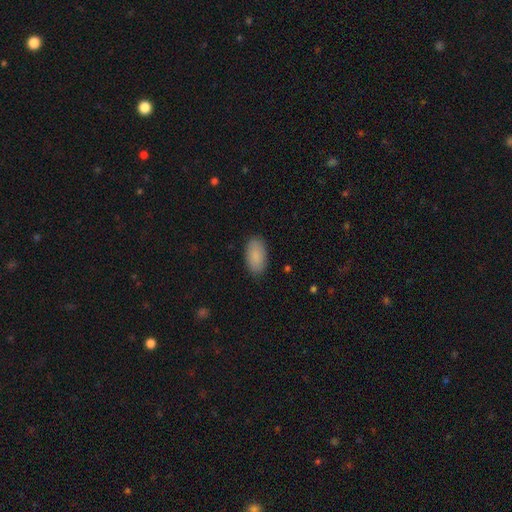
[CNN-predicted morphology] This appears to be a smooth galaxy with no disk features (89%) that is in between round and cigar-shaped (95%). Merging: none (87%).